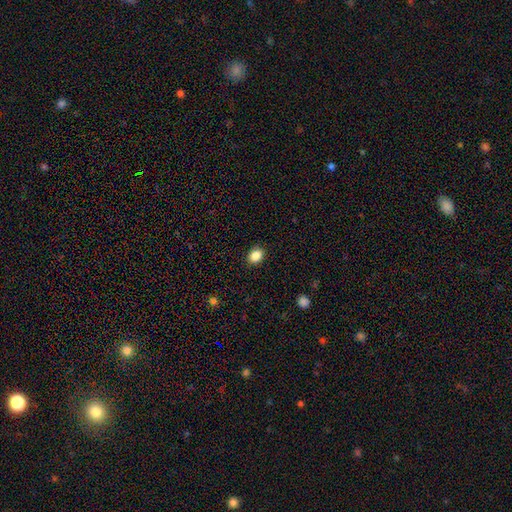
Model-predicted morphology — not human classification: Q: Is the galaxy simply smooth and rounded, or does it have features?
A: smooth — 86%.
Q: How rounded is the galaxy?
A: round — 50%.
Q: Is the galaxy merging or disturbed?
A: none — 90%.